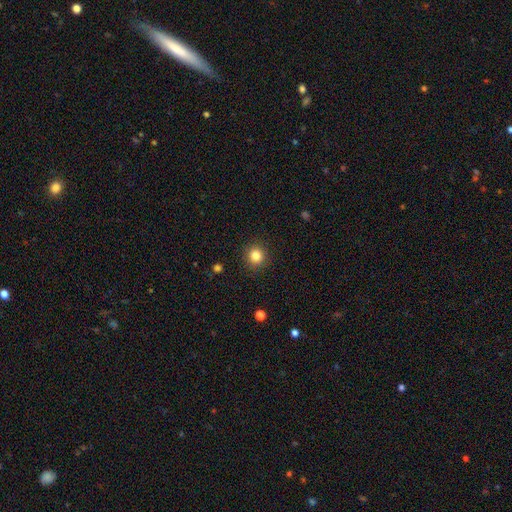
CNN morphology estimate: Overall: smooth (84%). How rounded: round (92%). Merging: none (91%).